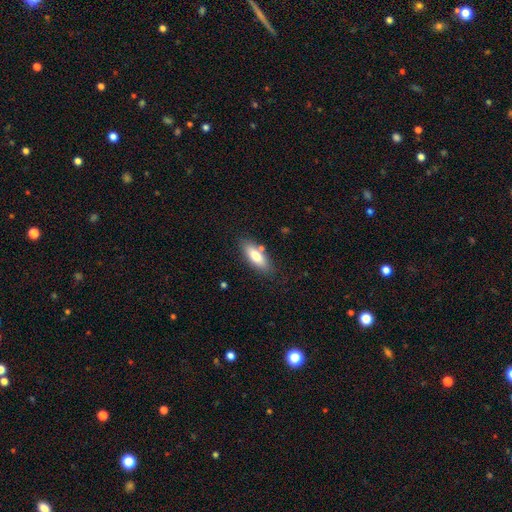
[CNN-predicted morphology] This appears to be a smooth galaxy with no disk features (78%) that is in between round and cigar-shaped (70%). Merging: none (78%).